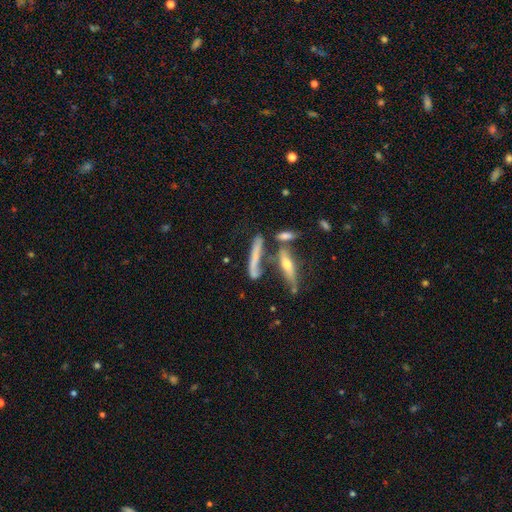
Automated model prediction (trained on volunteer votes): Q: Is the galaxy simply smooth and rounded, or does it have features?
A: featured or disk — 53%.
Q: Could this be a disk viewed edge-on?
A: yes — 83%.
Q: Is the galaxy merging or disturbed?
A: none — 52%.